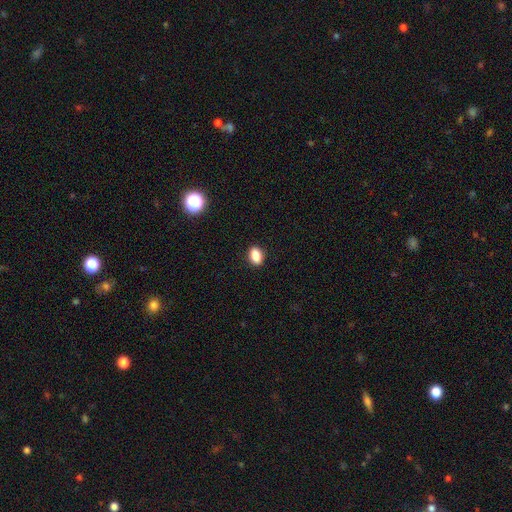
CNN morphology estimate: Smooth or featured? smooth (86%)
How rounded? in between (83%)
Merging? none (90%)